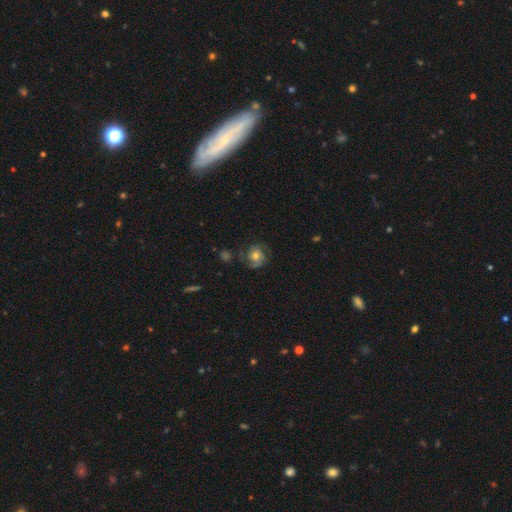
A featured or disk galaxy (74%) with no bar (72%), 2 (61%) tight (46%) spiral arms (97%) and a moderate central bulge (59%).

Vote fractions:
- Smooth or featured? featured or disk: 74% / smooth: 23% / star or artifact: 3%
- Edge-on disk? no: 100% / yes: 0%
- Bar? no: 72% / weak: 28% / strong: 0%
- Spiral arms? yes: 97% / no: 3%
- Spiral winding? tight: 46% / medium: 39% / loose: 14%
- Spiral arm count? 2: 61% / 3: 18% / 1: 11% / can't tell: 11% / 4: 0% / more than 4: 0%
- Bulge size? moderate: 59% / small: 21% / large: 10% / dominant: 7% / none: 3%
- Merging? none: 71% / minor disturbance: 13% / major disturbance: 8% / merger: 8%